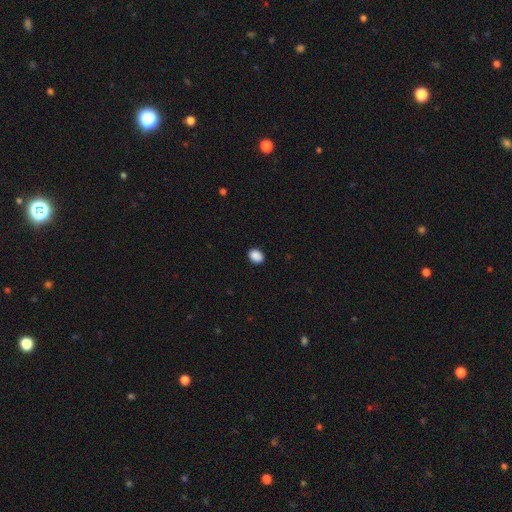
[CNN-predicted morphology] Smooth or featured: smooth — 89% (star or artifact — 8%)
How rounded: in between — 61% (round — 38%)
Merging: none — 90% (minor disturbance — 8%)